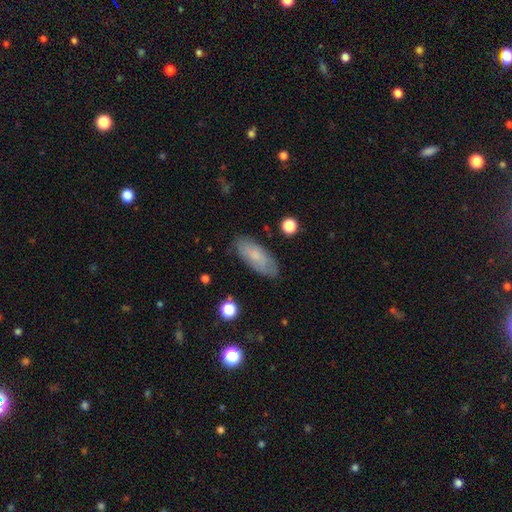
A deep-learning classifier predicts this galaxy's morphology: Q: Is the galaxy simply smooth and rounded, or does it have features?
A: smooth — 71%.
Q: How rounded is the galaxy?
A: in between — 77%.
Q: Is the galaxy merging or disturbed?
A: none — 82%.